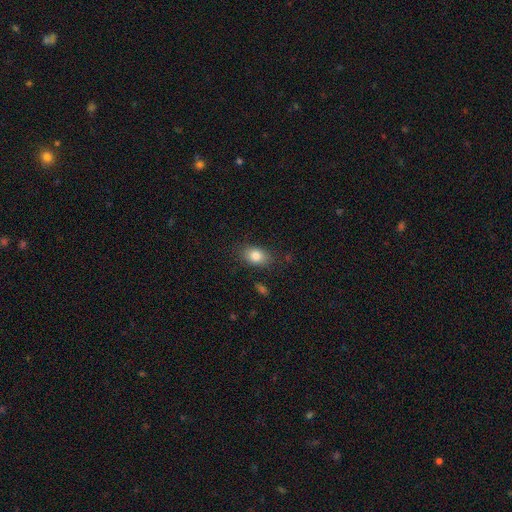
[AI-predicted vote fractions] This appears to be a smooth galaxy with no disk features (83%) that is in between round and cigar-shaped (81%). Merging: none (81%).